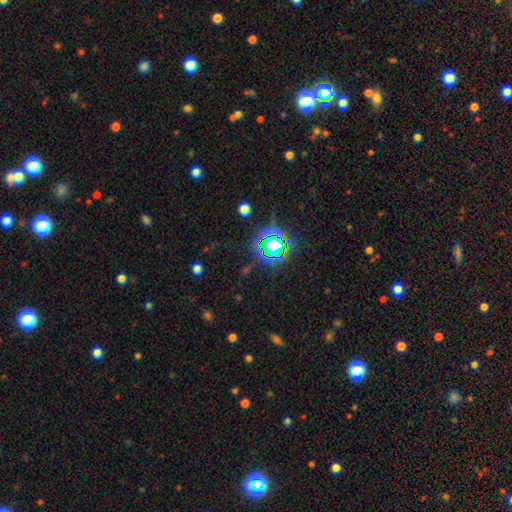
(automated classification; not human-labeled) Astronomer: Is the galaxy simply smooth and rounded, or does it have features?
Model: star or artifact — 77%.